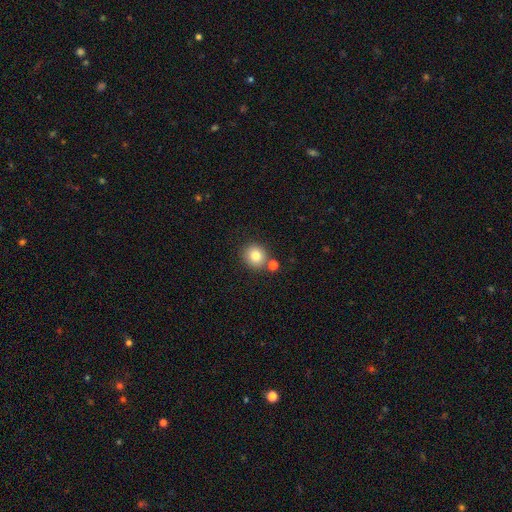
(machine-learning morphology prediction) A smooth galaxy with no disk features (82%) that is round (85%).

Vote fractions:
- Smooth or featured? smooth: 82% / star or artifact: 11% / featured or disk: 8%
- How rounded? round: 85% / in between: 14% / cigar-shaped: 1%
- Merging? none: 76% / merger: 13% / minor disturbance: 9% / major disturbance: 3%